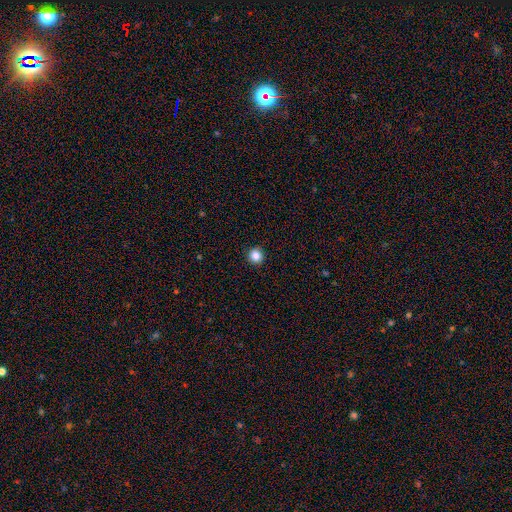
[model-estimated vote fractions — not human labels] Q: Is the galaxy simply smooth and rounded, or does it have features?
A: smooth — 85%.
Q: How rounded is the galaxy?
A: round — 94%.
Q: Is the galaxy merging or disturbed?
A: none — 93%.